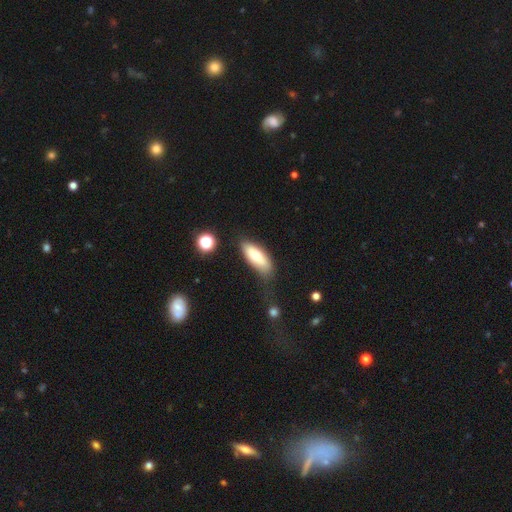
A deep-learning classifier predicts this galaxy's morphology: This is likely a smooth galaxy (70%). How rounded: likely in between (73%). Merging: likely none (67%).